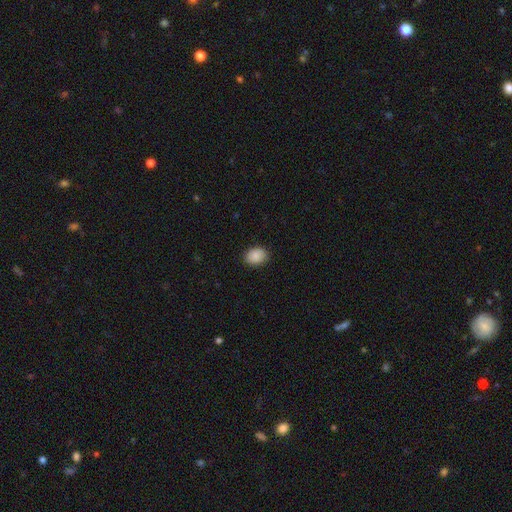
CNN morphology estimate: Smooth or featured: smooth — 88% (star or artifact — 7%)
How rounded: in between — 66% (round — 33%)
Merging: none — 88% (minor disturbance — 9%)